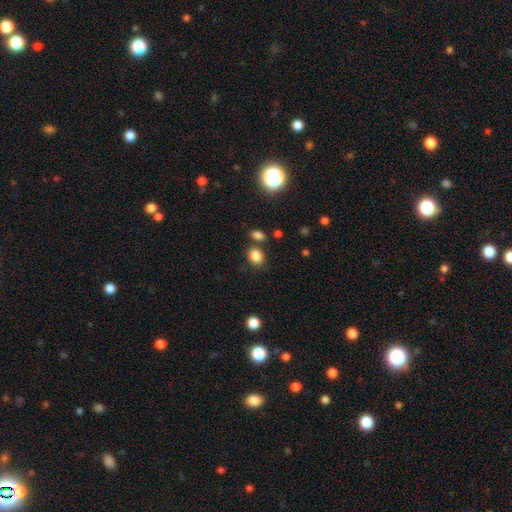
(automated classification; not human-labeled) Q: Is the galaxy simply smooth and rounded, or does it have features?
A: smooth — 84%.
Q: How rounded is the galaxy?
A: round — 54%.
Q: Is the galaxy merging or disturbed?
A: none — 74%.